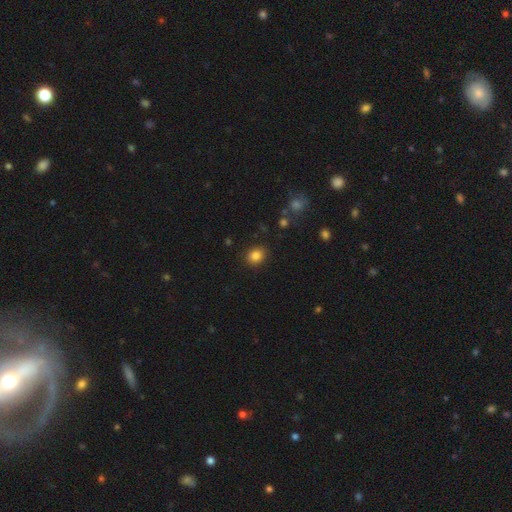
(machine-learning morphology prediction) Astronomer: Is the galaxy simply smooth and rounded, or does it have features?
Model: smooth — 84%.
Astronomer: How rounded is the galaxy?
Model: round — 62% (runner-up: in between, 37%).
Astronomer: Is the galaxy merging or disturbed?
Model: none — 88%.